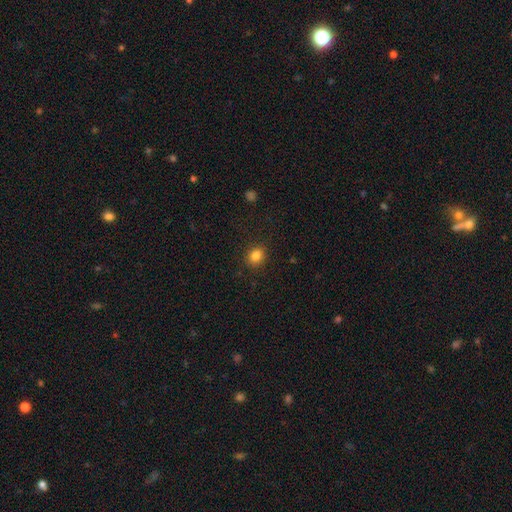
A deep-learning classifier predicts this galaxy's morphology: A smooth galaxy with no disk features (83%) that is round (61%). Merging: none (88%).